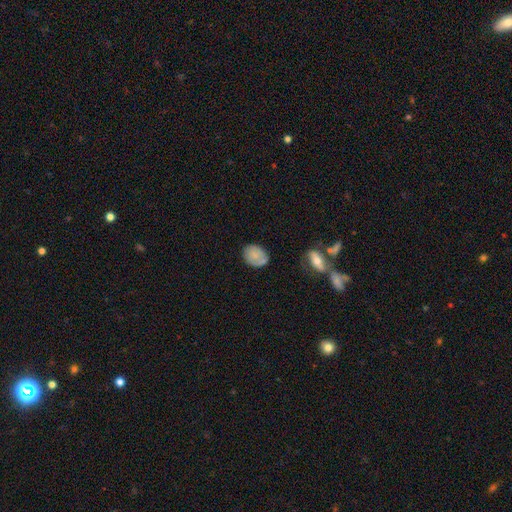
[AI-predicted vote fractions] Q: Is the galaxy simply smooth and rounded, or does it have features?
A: smooth — 77%.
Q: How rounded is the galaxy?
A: in between — 63%.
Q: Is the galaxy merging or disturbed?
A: none — 67%.